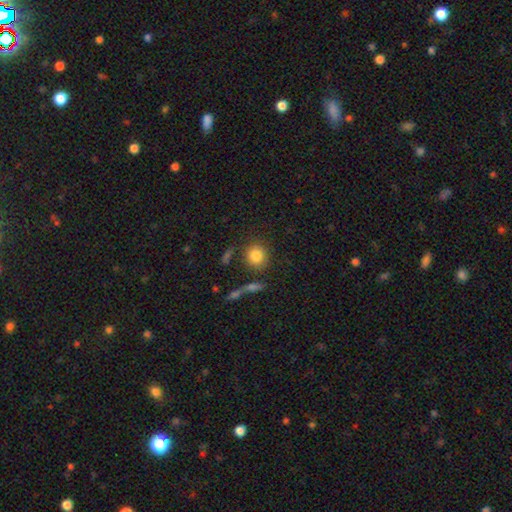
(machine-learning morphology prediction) Smooth or featured?
  - smooth: 83% *
  - star or artifact: 10%
  - featured or disk: 7%
How rounded?
  - round: 85% *
  - in between: 14%
  - cigar-shaped: 2%
Merging?
  - none: 79% *
  - minor disturbance: 10%
  - merger: 7%
  - major disturbance: 5%